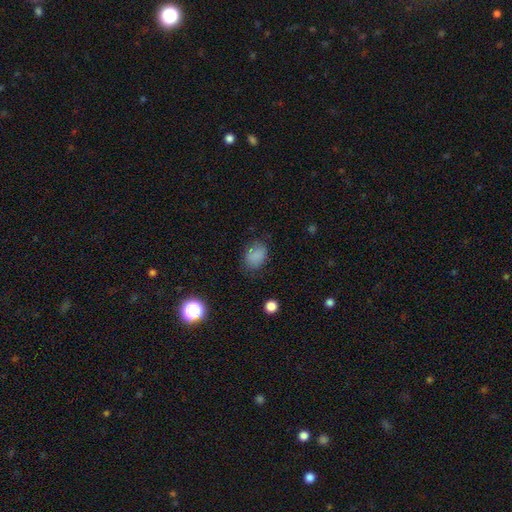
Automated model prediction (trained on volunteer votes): Smooth or featured? smooth (82%)
How rounded? in between (71%)
Merging? none (73%)